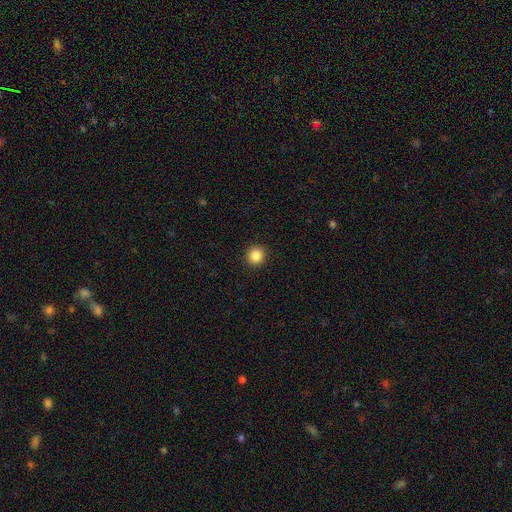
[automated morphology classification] The model was most divided on "smooth or featured": smooth: 87%, star or artifact: 10%, featured or disk: 3%. More confident: merging — none (92%); how rounded — round (92%).